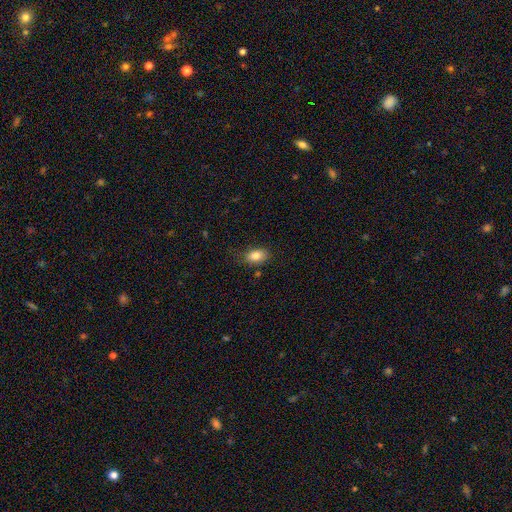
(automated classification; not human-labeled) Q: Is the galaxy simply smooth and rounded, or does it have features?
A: smooth — 84%.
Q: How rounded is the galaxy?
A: in between — 88%.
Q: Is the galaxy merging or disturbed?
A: none — 77%.